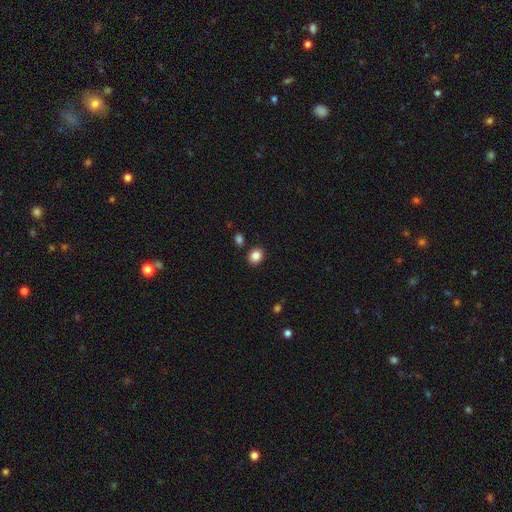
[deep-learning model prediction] Overall: smooth (86%). How rounded: round (55%; in between 44%). Merging: none (86%).